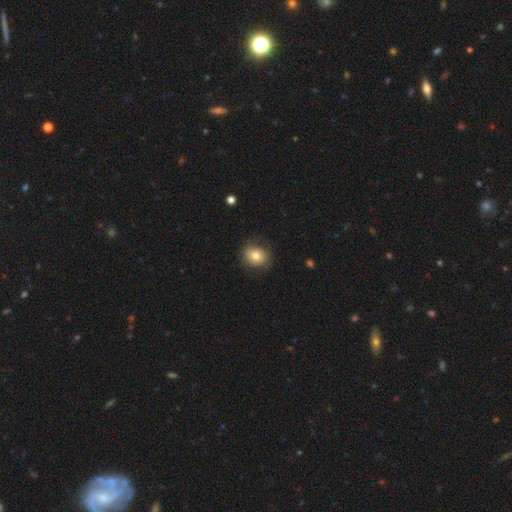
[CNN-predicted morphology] This appears to be a smooth galaxy with no disk features (74%) that is round (57%). Merging: none (77%).